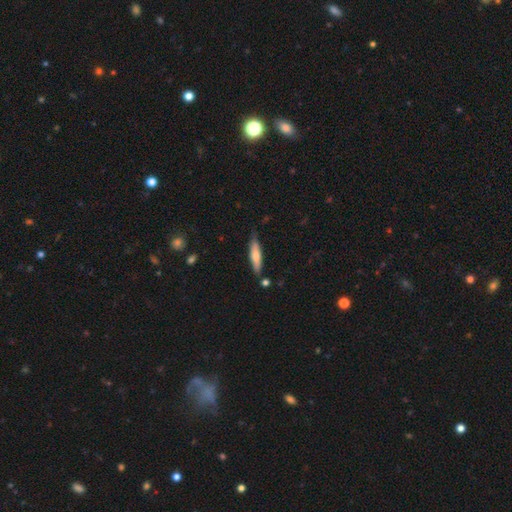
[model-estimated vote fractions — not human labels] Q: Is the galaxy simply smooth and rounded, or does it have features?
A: smooth — 65%.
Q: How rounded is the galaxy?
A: cigar-shaped — 80%.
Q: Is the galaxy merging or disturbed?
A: none — 76%.